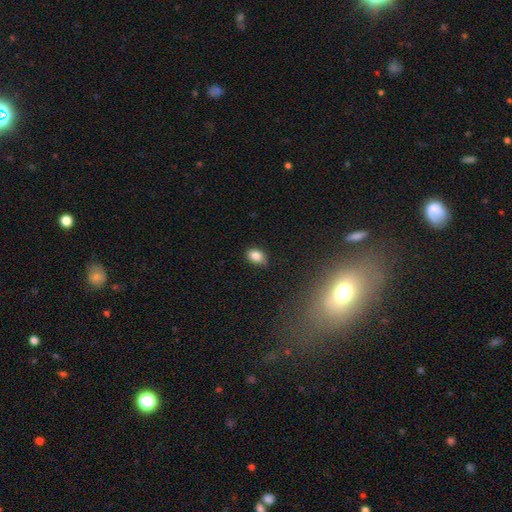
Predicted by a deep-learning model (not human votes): Overall: smooth (84%). How rounded: in between (78%). Merging: none (69%).